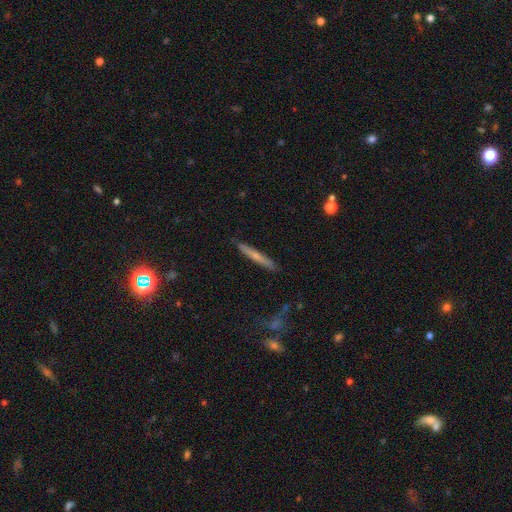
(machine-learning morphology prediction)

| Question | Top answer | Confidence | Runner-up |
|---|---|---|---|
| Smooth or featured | smooth | 49% | featured or disk (44%) |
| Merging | none | 88% | minor disturbance (9%) |